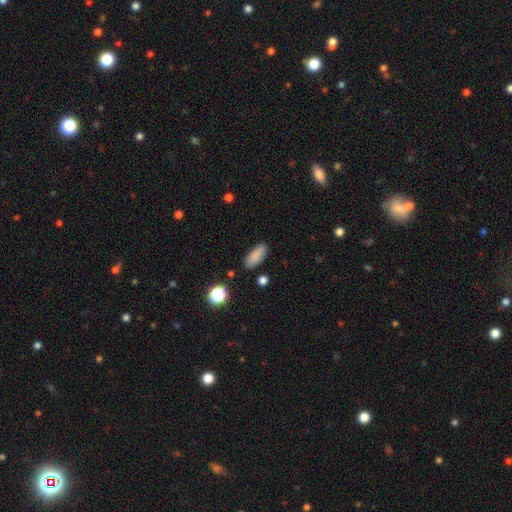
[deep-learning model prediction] The model was most divided on "how rounded": in between: 74%, cigar-shaped: 23%, round: 3%. More confident: smooth or featured — smooth (86%); merging — none (86%).